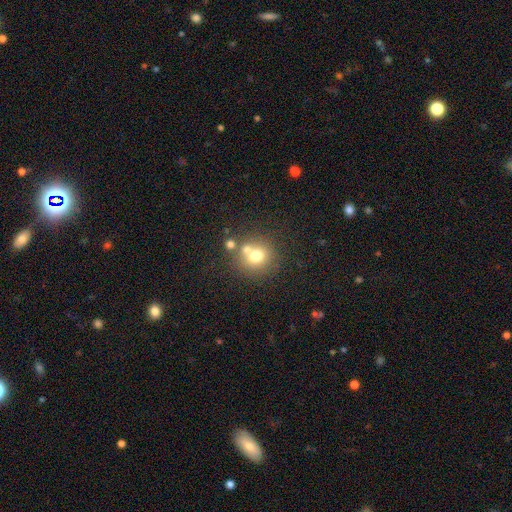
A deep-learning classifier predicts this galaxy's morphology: The model was most divided on "merging": none: 58%, merger: 29%, minor disturbance: 9%, major disturbance: 4%. More confident: how rounded — round (87%); smooth or featured — smooth (70%).